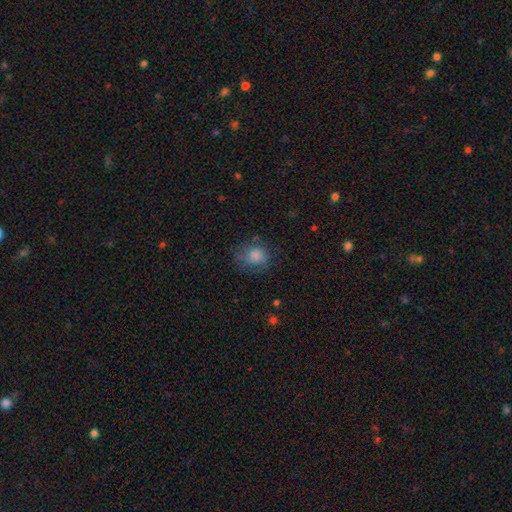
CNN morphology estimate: smooth_or_featured: smooth (p=0.76) [alt: featured or disk p=0.13]
how_rounded: round (p=0.68) [alt: in between p=0.31]
merging: none (p=0.61) [alt: minor disturbance p=0.24]